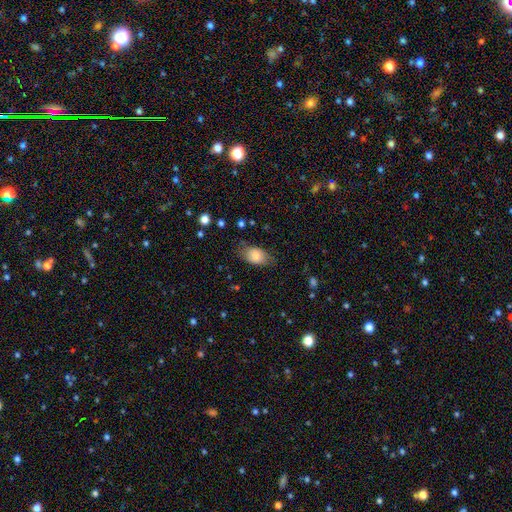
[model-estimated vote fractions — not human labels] Morphology: type=smooth (81%); roundness=in between (86%); merging=none (72%).